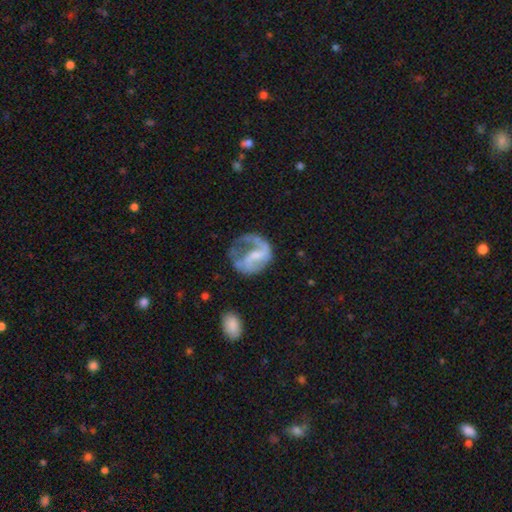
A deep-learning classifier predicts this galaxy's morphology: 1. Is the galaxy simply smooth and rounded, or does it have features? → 72% featured or disk, 21% smooth, 7% star or artifact.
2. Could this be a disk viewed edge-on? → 98% no, 2% yes.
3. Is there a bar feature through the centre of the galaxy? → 46% weak, 34% no, 20% strong.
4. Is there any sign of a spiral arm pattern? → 78% yes, 22% no.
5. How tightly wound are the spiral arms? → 48% loose, 39% medium, 14% tight.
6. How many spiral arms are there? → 45% 2, 42% 1, 8% can't tell, 2% 3, 1% 4, 1% more than 4.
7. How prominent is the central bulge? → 37% small, 31% none, 26% moderate, 4% large, 1% dominant.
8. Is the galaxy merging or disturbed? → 42% major disturbance, 35% none, 20% minor disturbance, 4% merger.